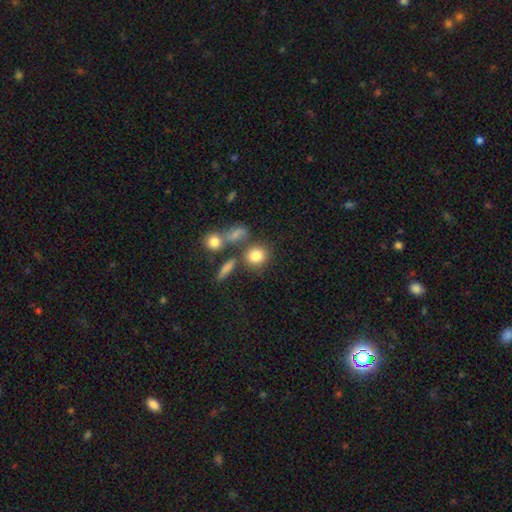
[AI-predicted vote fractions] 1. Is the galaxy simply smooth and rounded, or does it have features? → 80% smooth, 11% star or artifact, 9% featured or disk.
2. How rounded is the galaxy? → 77% round, 21% in between, 3% cigar-shaped.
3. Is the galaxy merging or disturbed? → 62% none, 21% merger, 11% minor disturbance, 6% major disturbance.